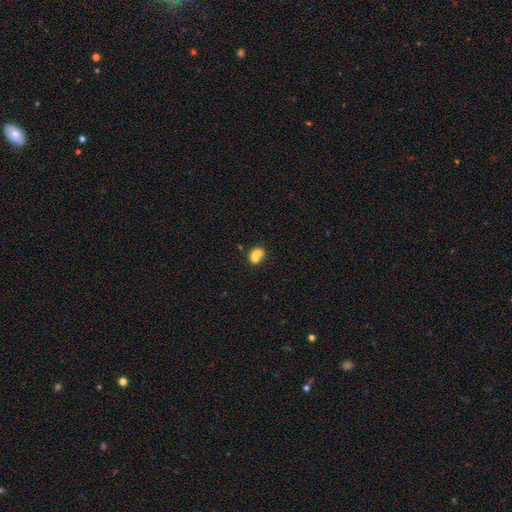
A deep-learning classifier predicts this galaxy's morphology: The model was most divided on "merging": none: 35%, merger: 31%, minor disturbance: 20%, major disturbance: 14%. More confident: smooth or featured — smooth (74%); how rounded — in between (67%).